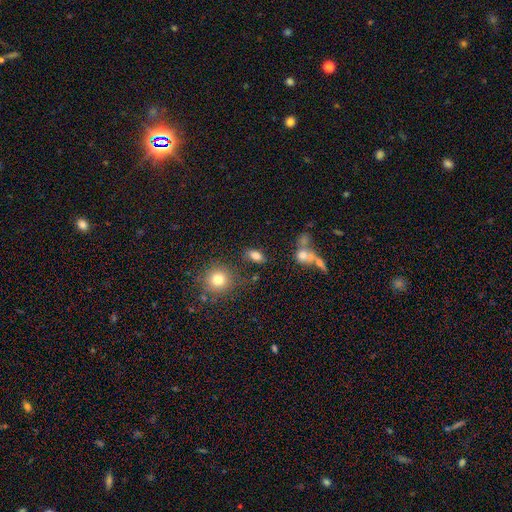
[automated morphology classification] Smooth or featured: smooth — 80% (star or artifact — 11%)
How rounded: in between — 84% (round — 11%)
Merging: none — 74% (minor disturbance — 13%)